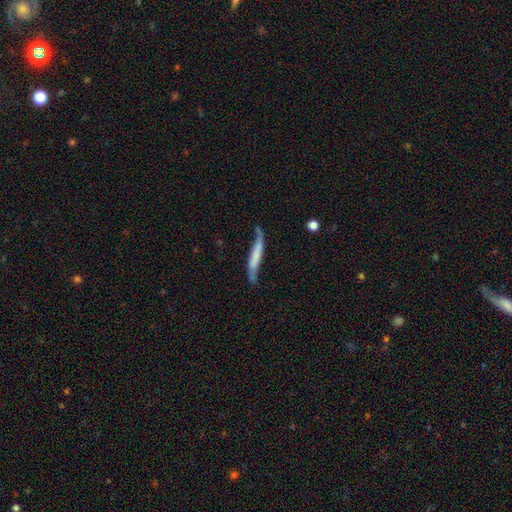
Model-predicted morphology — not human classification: smooth-or-featured: smooth: 48% | featured or disk: 46% | star or artifact: 6%
  merging: none: 52% | minor disturbance: 31% | major disturbance: 12% | merger: 5%